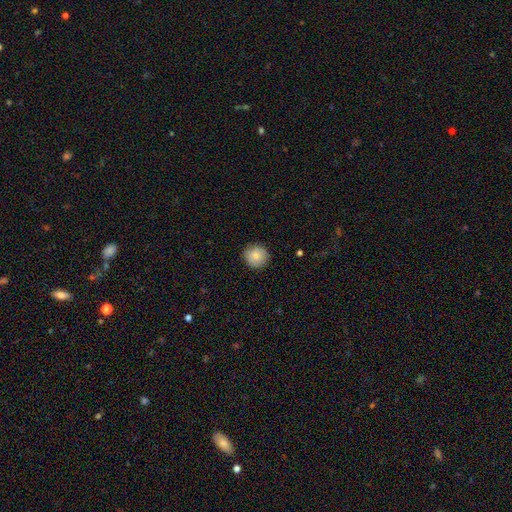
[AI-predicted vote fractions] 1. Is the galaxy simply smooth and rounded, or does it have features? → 84% smooth, 8% featured or disk, 8% star or artifact.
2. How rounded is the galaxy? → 94% round, 5% in between, 1% cigar-shaped.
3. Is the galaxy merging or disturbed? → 88% none, 9% minor disturbance, 2% major disturbance, 1% merger.